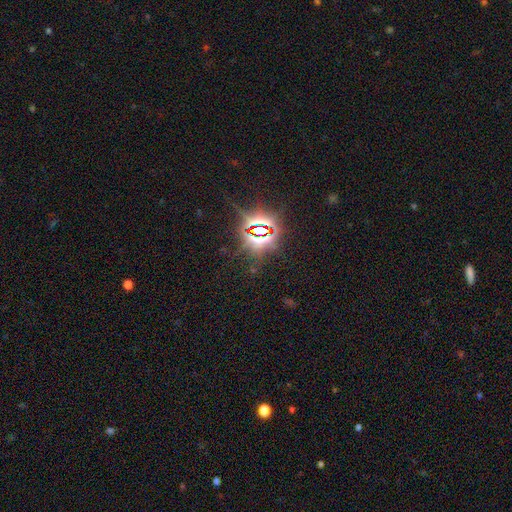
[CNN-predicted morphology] This is clearly a star or artifact rather than a galaxy (84%).